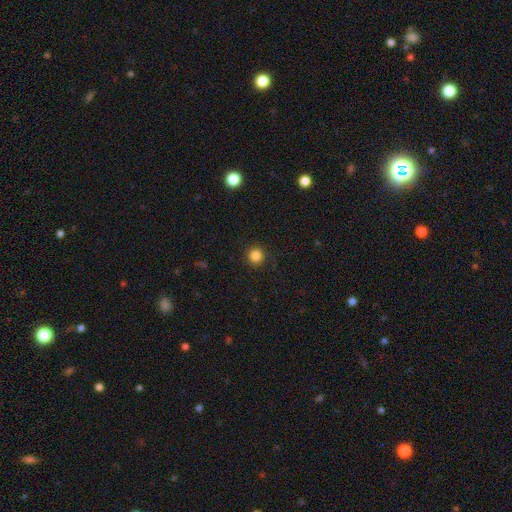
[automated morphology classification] The model was most divided on "smooth or featured": smooth: 85%, star or artifact: 11%, featured or disk: 4%. More confident: how rounded — round (95%); merging — none (91%).